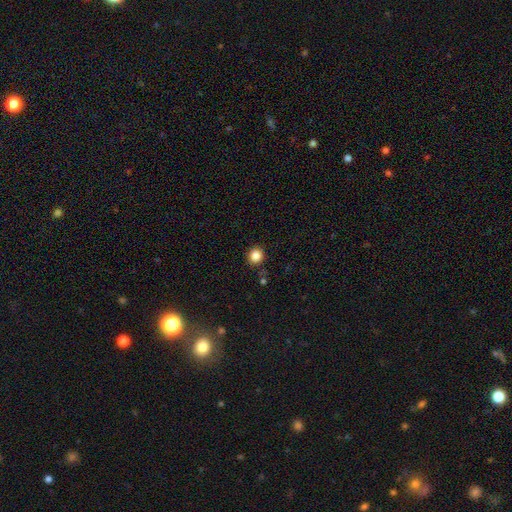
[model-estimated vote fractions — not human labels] The model was most divided on "smooth or featured": smooth: 85%, star or artifact: 11%, featured or disk: 4%. More confident: how rounded — round (89%); merging — none (87%).